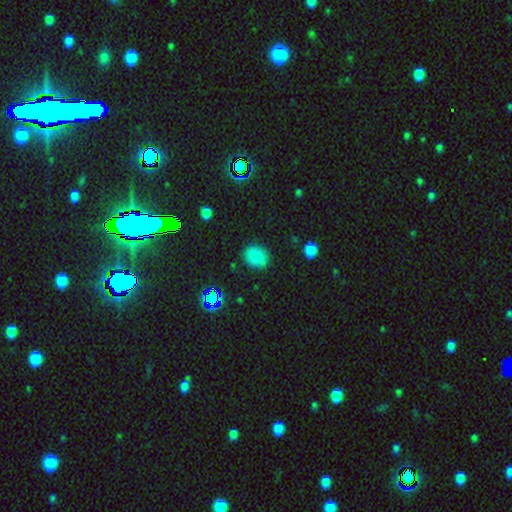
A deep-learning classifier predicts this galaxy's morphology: smooth 80%, star or artifact 13%, featured or disk 7%. Down the decision tree: how rounded — round (56%); merging — none (85%).